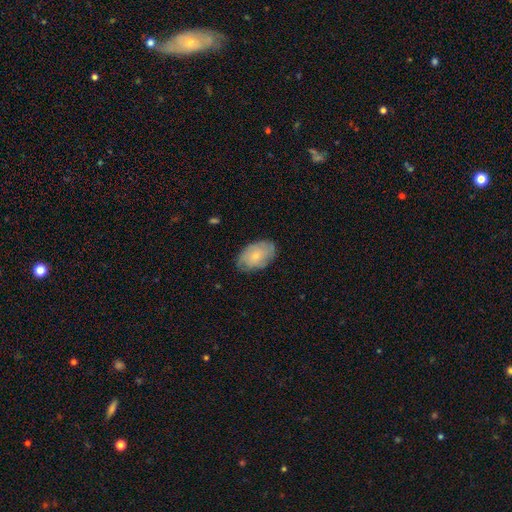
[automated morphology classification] Smooth or featured: smooth — 64% (featured or disk — 30%)
How rounded: in between — 91% (round — 8%)
Merging: none — 75% (minor disturbance — 20%)